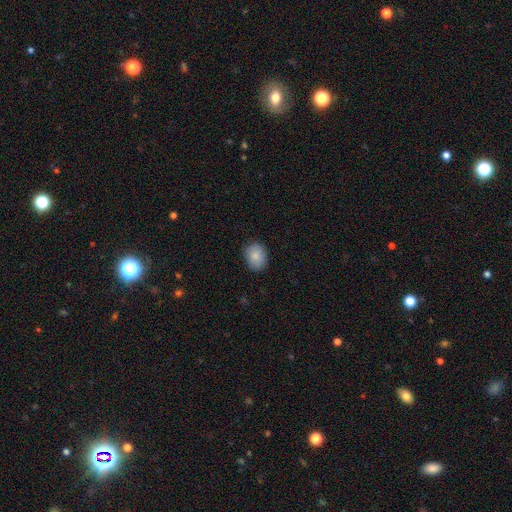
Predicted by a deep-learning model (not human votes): Overall: smooth (85%). How rounded: in between (53%; round 46%). Merging: none (84%).